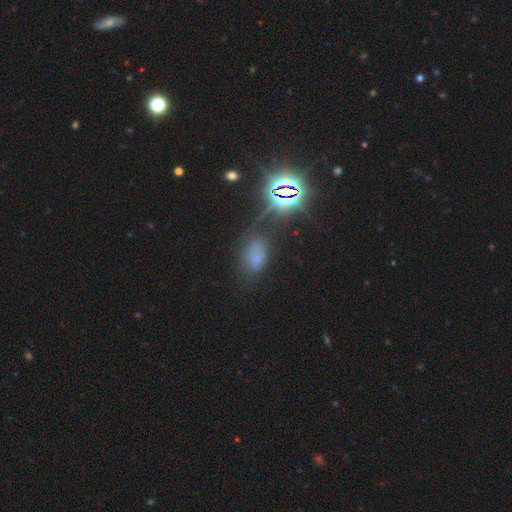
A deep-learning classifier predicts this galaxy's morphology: Overall: smooth (48%; star or artifact 39%). Merging: none (59%; minor disturbance 21%).